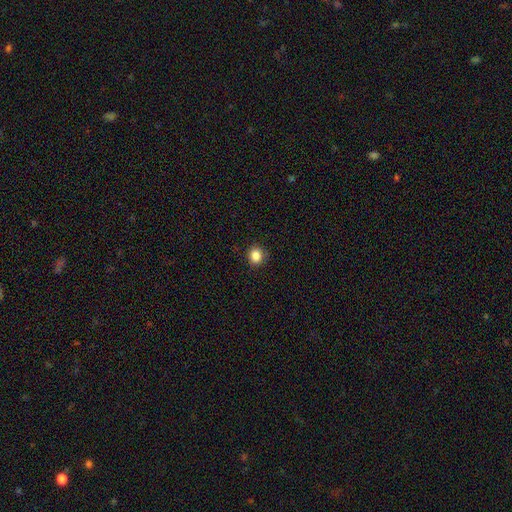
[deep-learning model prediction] The model was most divided on "how rounded": round: 79%, in between: 20%, cigar-shaped: 1%. More confident: merging — none (89%); smooth or featured — smooth (86%).